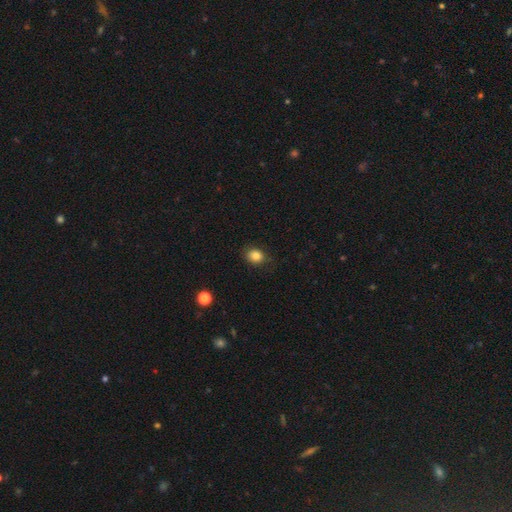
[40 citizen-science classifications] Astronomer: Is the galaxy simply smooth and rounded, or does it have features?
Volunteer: smooth — 92%.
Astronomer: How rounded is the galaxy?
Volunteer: round — 73%.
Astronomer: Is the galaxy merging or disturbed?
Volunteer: none — 76%.